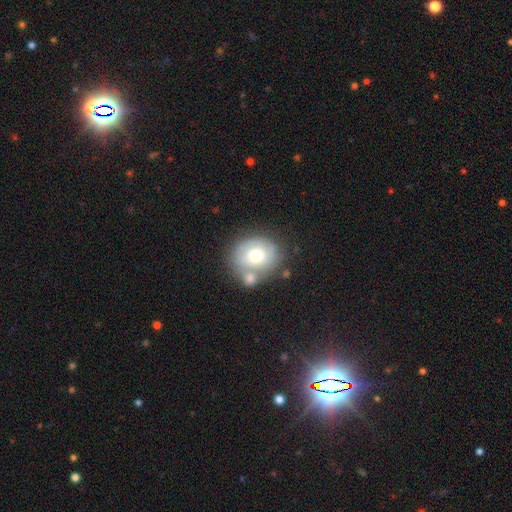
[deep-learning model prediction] Smooth or featured?
  - smooth: 50% *
  - featured or disk: 43%
  - star or artifact: 7%
How rounded?
  - round: 55% *
  - in between: 44%
  - cigar-shaped: 1%
Merging?
  - none: 46% *
  - merger: 26%
  - minor disturbance: 19%
  - major disturbance: 9%